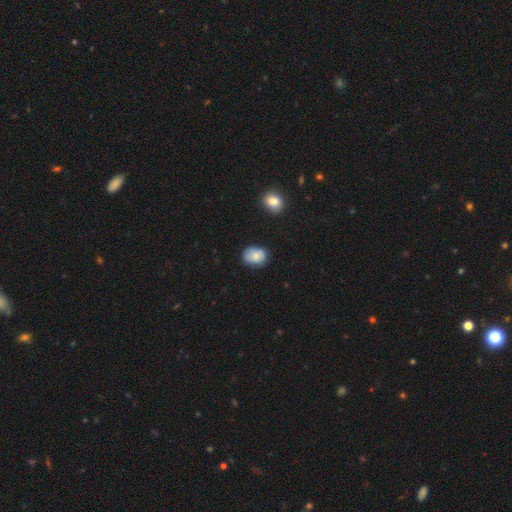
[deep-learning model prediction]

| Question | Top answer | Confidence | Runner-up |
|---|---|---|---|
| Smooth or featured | smooth | 67% | featured or disk (25%) |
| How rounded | in between | 59% | round (40%) |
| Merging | none | 72% | minor disturbance (21%) |